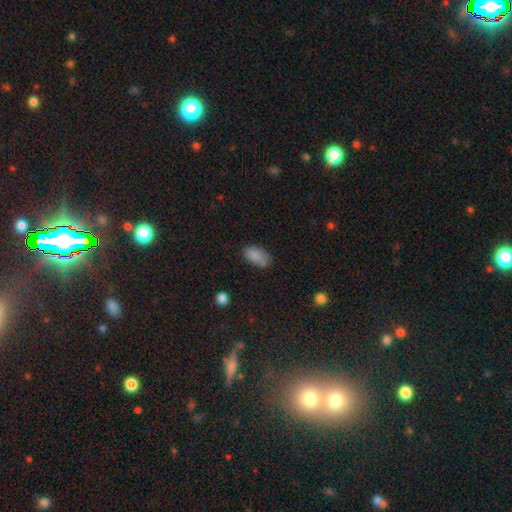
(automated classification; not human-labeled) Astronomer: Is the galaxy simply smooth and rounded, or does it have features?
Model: smooth — 85%.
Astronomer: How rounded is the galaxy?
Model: in between — 93%.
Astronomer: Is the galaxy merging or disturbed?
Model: none — 70%.